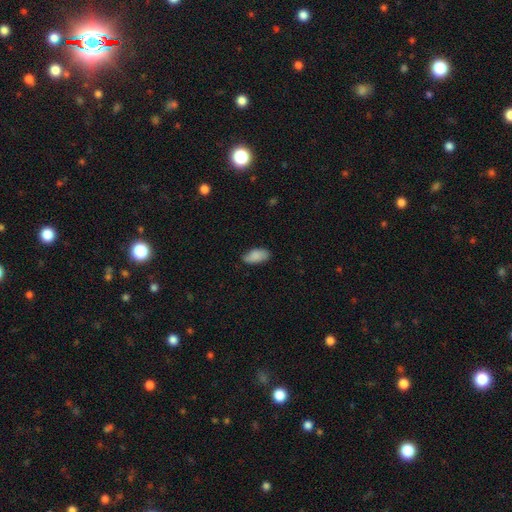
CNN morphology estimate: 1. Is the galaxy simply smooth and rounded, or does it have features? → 87% smooth, 7% featured or disk, 6% star or artifact.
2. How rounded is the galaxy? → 92% in between, 5% cigar-shaped, 3% round.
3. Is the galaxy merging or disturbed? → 80% none, 17% minor disturbance, 3% major disturbance, 1% merger.